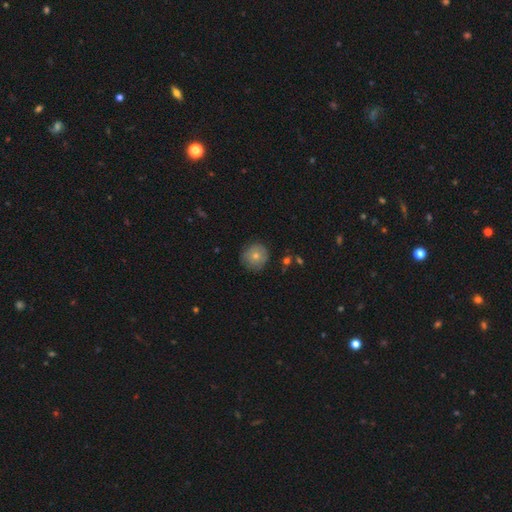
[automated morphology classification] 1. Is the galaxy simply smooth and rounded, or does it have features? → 71% smooth, 20% featured or disk, 9% star or artifact.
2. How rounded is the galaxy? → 93% round, 6% in between, 1% cigar-shaped.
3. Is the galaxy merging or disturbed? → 82% none, 14% minor disturbance, 3% major disturbance, 1% merger.